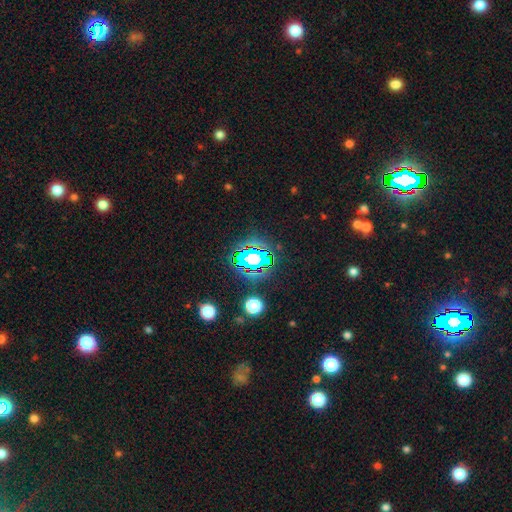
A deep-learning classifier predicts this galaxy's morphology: Smooth or featured?
  - star or artifact: 69% *
  - smooth: 19%
  - featured or disk: 12%